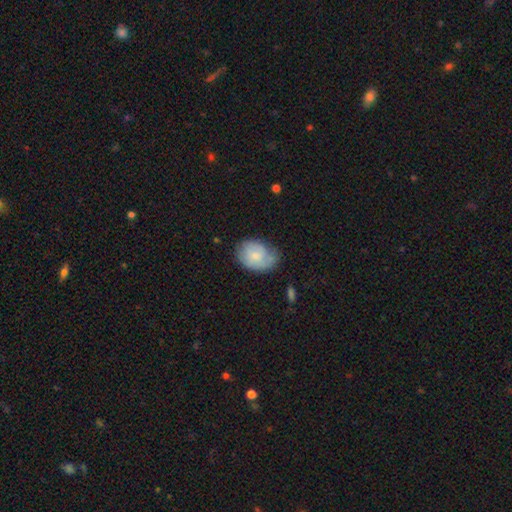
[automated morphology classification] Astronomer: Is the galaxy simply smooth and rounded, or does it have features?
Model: smooth — 65%.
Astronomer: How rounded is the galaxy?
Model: in between — 64%.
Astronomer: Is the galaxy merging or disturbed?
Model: none — 53% (runner-up: minor disturbance, 33%).